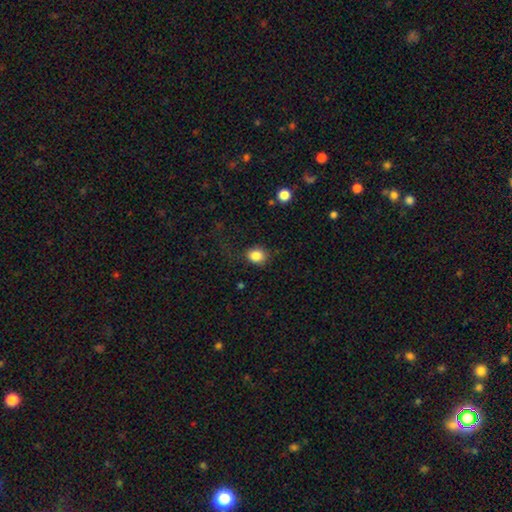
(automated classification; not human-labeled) smooth_or_featured: smooth (p=0.85) [alt: star or artifact p=0.10]
how_rounded: round (p=0.64) [alt: in between p=0.35]
merging: none (p=0.78) [alt: minor disturbance p=0.14]